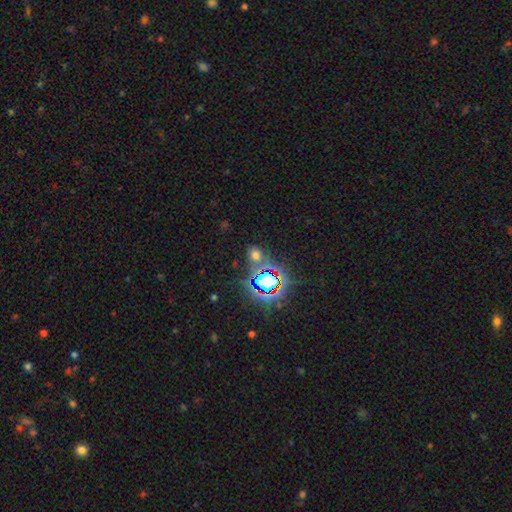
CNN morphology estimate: Smooth or featured: smooth — 51% (star or artifact — 42%)
How rounded: round — 69% (in between — 30%)
Merging: none — 75% (minor disturbance — 10%)